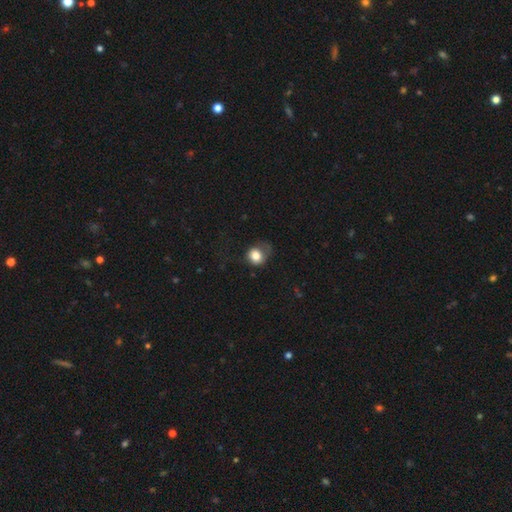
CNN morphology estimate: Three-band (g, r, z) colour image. It shows a smooth galaxy with no disk features (80%) that is round (74%). Merging: none (43%).